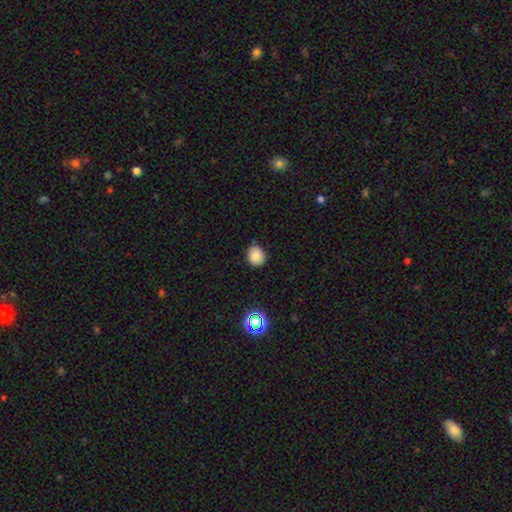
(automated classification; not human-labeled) Smooth or featured? Predicted: smooth (p=0.82). How rounded? Predicted: round (p=0.69). Merging? Predicted: none (p=0.76).